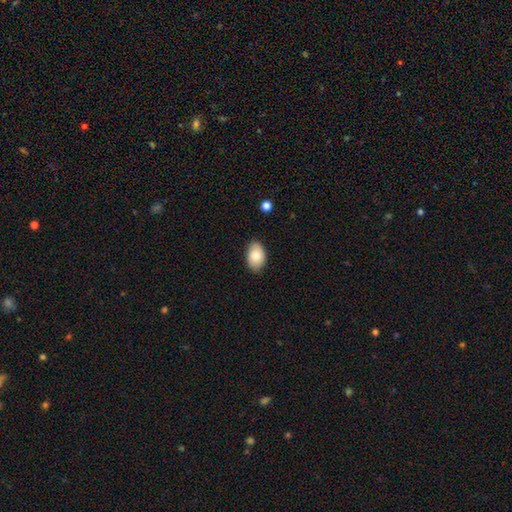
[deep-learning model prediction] Q: Smooth or featured?
A: smooth (81%); runner-up: featured or disk (12%)
Q: How rounded?
A: in between (90%); runner-up: round (9%)
Q: Merging?
A: none (83%); runner-up: minor disturbance (13%)